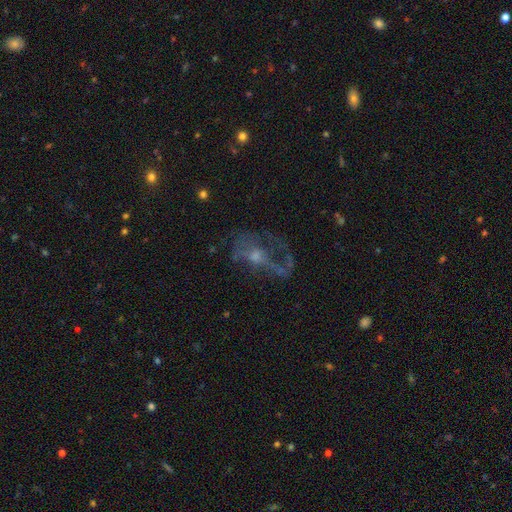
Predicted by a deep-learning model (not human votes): This appears to be a featured or disk galaxy (67%) with no bar (69%), spiral arms (55%) and a small central bulge (44%). Merging: major disturbance (42%).